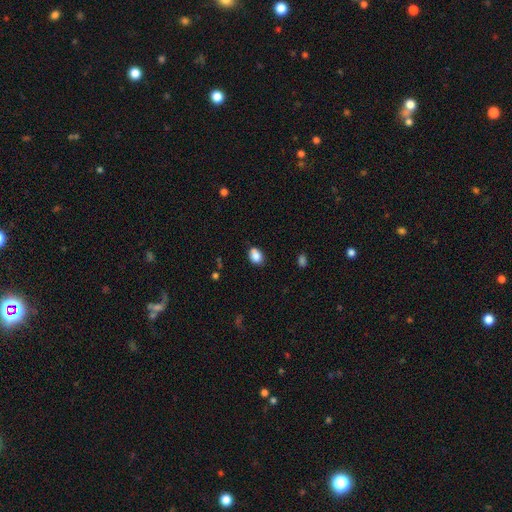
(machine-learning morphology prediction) Q: Smooth or featured?
A: smooth (86%); runner-up: star or artifact (9%)
Q: How rounded?
A: in between (73%); runner-up: round (25%)
Q: Merging?
A: none (68%); runner-up: minor disturbance (22%)